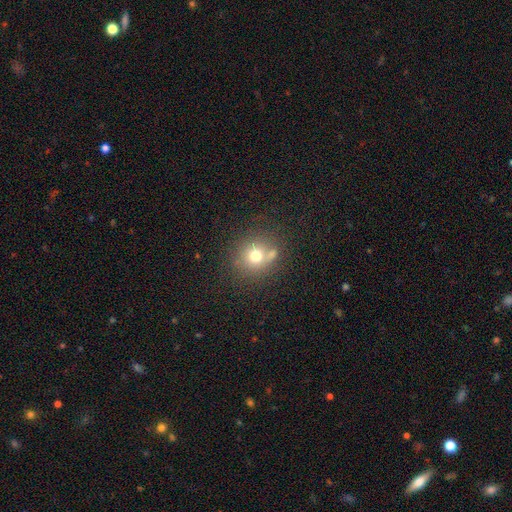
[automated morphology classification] A smooth galaxy with no disk features (70%) that is round (84%).

Vote fractions:
- Smooth or featured? smooth: 70% / star or artifact: 15% / featured or disk: 14%
- How rounded? round: 84% / in between: 15% / cigar-shaped: 1%
- Merging? none: 61% / merger: 19% / minor disturbance: 14% / major disturbance: 6%